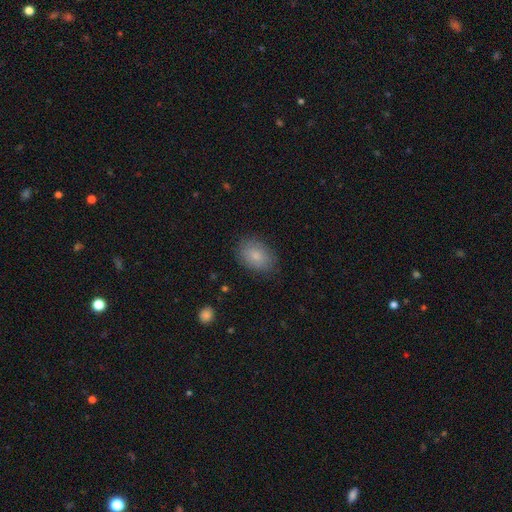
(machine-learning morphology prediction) type=smooth (84%); roundness=in between (80%); merging=none (83%).